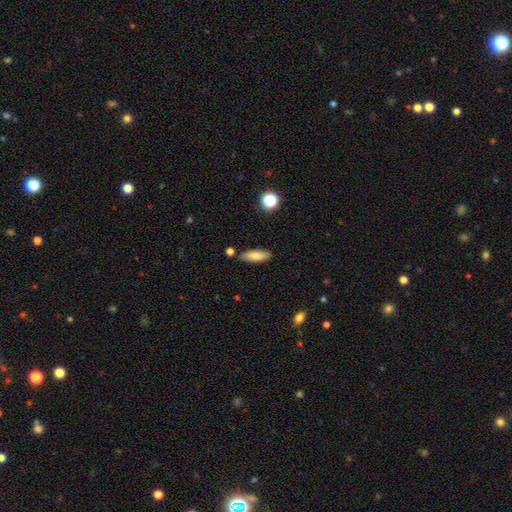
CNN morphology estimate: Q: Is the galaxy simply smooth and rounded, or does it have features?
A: smooth — 79%.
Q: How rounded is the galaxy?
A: in between — 62%.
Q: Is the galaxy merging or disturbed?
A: none — 82%.